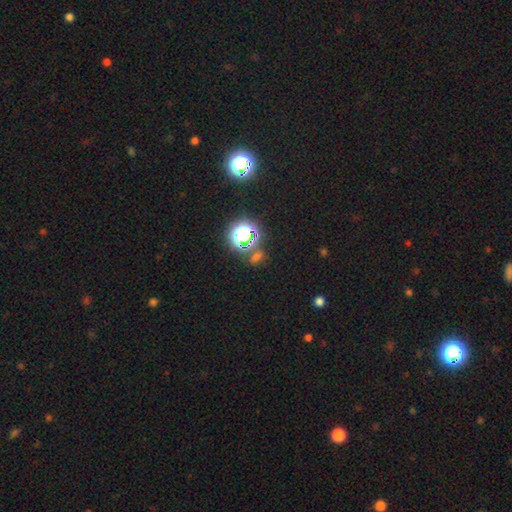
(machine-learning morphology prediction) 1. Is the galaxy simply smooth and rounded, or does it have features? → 65% star or artifact, 27% smooth, 8% featured or disk.